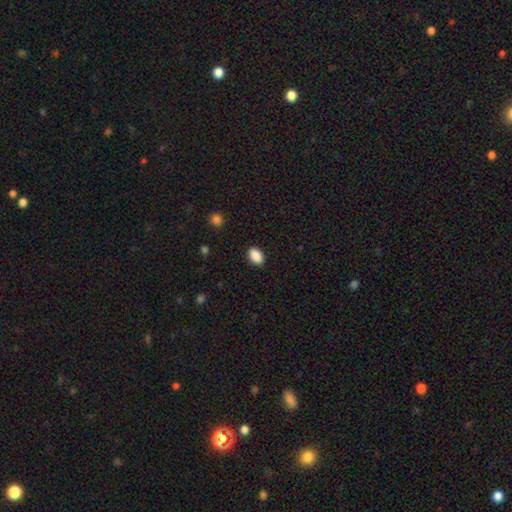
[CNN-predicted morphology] A smooth galaxy with no disk features (90%) that is in between round and cigar-shaped (85%).

Vote fractions:
- Smooth or featured? smooth: 90% / star or artifact: 8% / featured or disk: 3%
- How rounded? in between: 85% / round: 14% / cigar-shaped: 1%
- Merging? none: 89% / minor disturbance: 8% / major disturbance: 2% / merger: 1%